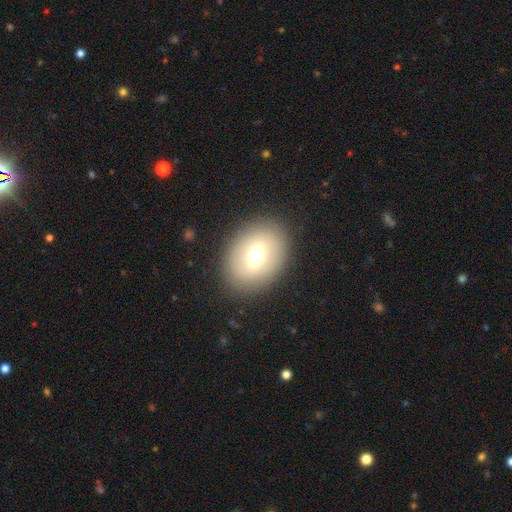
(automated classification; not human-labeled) Smooth or featured? smooth (60%)
How rounded? in between (69%)
Merging? none (87%)